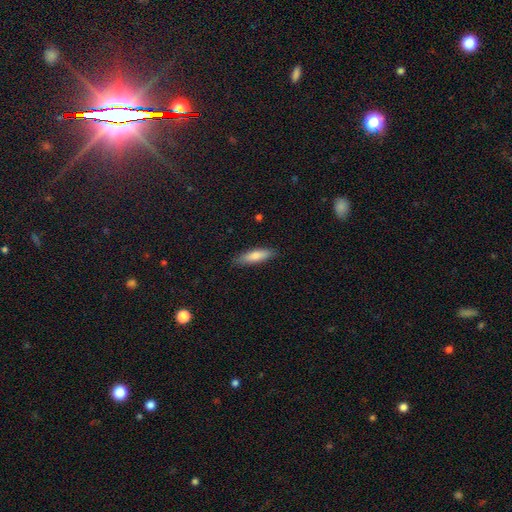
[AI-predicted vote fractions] This is likely a smooth galaxy (79%). How rounded: possibly cigar-shaped (59%). Merging: clearly none (85%).